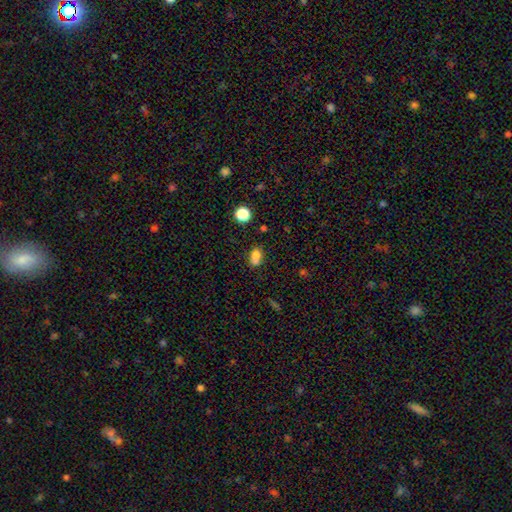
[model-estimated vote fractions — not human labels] Smooth or featured: smooth — 74% (star or artifact — 13%)
How rounded: in between — 60% (round — 38%)
Merging: merger — 44% (none — 37%)